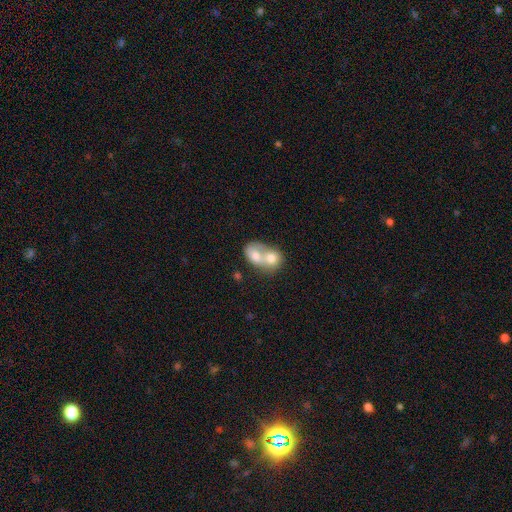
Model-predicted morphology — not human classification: Smooth or featured? smooth (68%)
How rounded? in between (58%)
Merging? merger (81%)